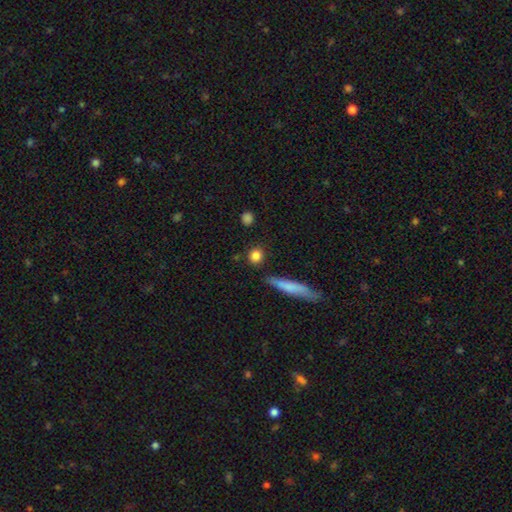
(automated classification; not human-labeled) A smooth galaxy with no disk features (84%) that is round (79%). Merging: none (83%).